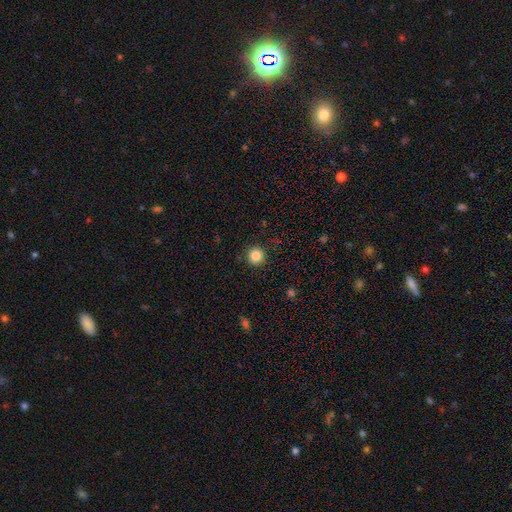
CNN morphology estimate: Overall: smooth (85%). How rounded: round (95%). Merging: none (91%).